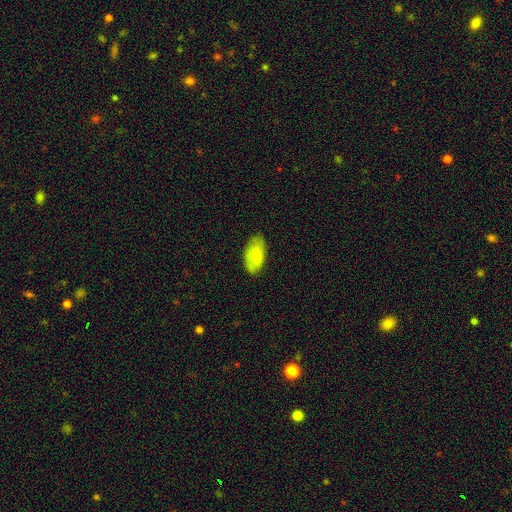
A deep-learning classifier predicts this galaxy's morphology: This is likely a smooth galaxy (79%). How rounded: clearly in between (94%). Merging: likely none (77%).